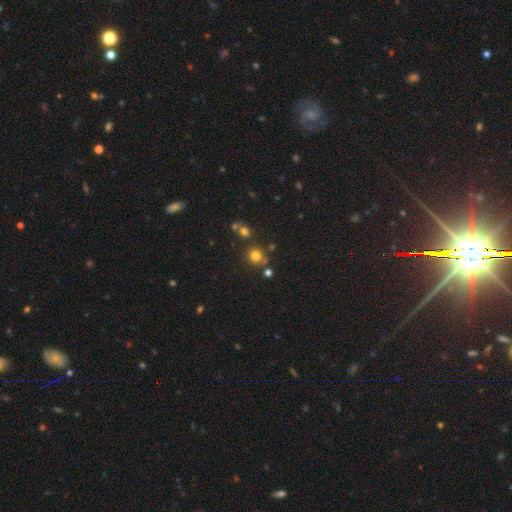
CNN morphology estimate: smooth_or_featured: smooth (p=0.74) [alt: star or artifact p=0.19]
how_rounded: round (p=0.90) [alt: in between p=0.09]
merging: none (p=0.75) [alt: merger p=0.12]